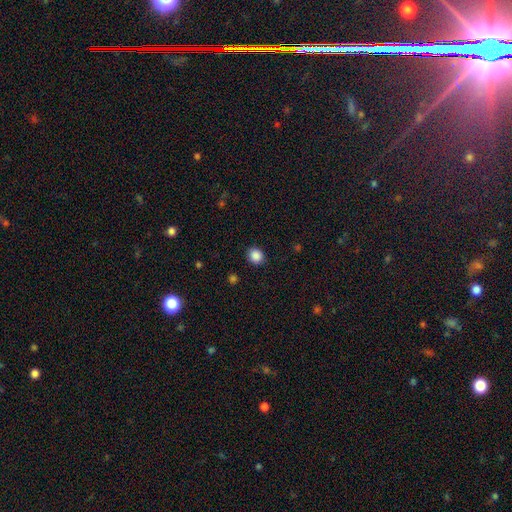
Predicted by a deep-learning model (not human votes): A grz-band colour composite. It shows a smooth galaxy with no disk features (88%) that is round (76%). Merging: none (90%).